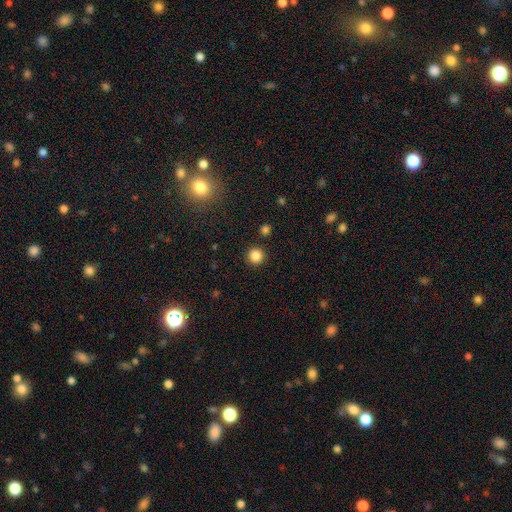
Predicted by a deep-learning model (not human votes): smooth 85%, star or artifact 11%, featured or disk 3%. Down the decision tree: how rounded — round (95%); merging — none (91%).